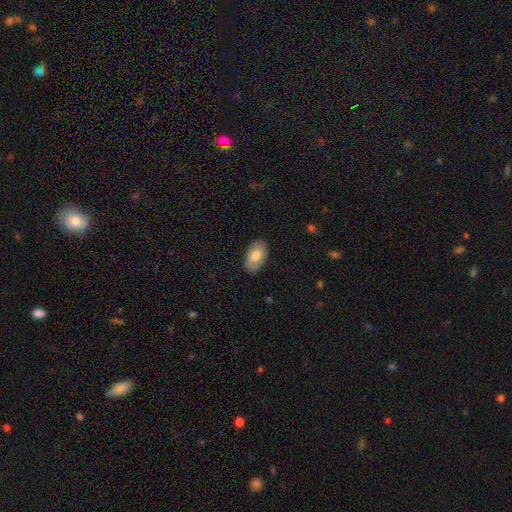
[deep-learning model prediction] smooth 74%, featured or disk 20%, star or artifact 6%. Down the decision tree: how rounded — in between (94%); merging — none (85%).